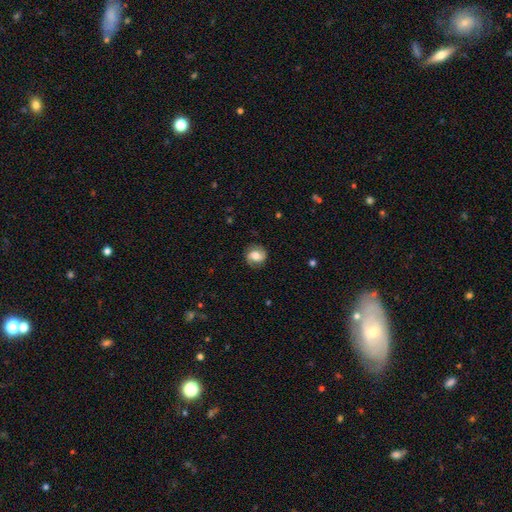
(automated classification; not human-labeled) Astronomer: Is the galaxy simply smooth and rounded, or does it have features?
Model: featured or disk — 54% (runner-up: smooth, 38%).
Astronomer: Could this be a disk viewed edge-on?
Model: no — 97%.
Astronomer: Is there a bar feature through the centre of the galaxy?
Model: no — 49% (runner-up: weak, 38%).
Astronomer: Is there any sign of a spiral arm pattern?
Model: yes — 88%.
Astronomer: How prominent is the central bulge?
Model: moderate — 57%.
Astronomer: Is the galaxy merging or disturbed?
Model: none — 82%.